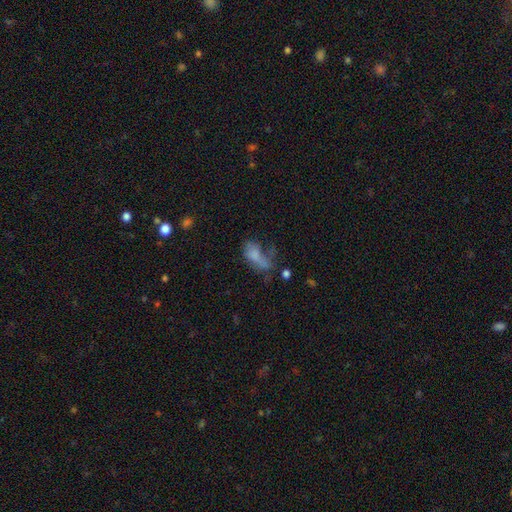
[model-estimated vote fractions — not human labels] Q: Smooth or featured?
A: smooth (59%); runner-up: featured or disk (27%)
Q: How rounded?
A: in between (83%); runner-up: cigar-shaped (11%)
Q: Merging?
A: major disturbance (41%); runner-up: none (23%)